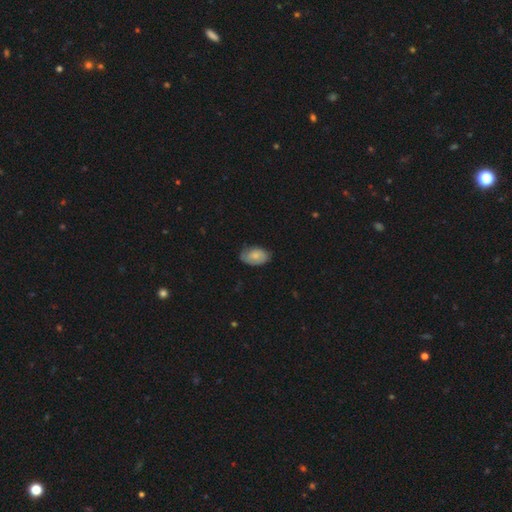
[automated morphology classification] Smooth or featured? smooth (68%)
How rounded? in between (90%)
Merging? none (67%)